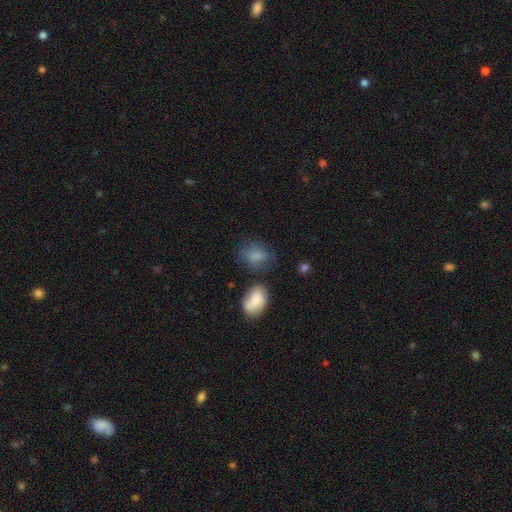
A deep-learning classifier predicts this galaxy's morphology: Overall: smooth (78%). How rounded: in between (67%; round 31%). Merging: none (55%; minor disturbance 24%).